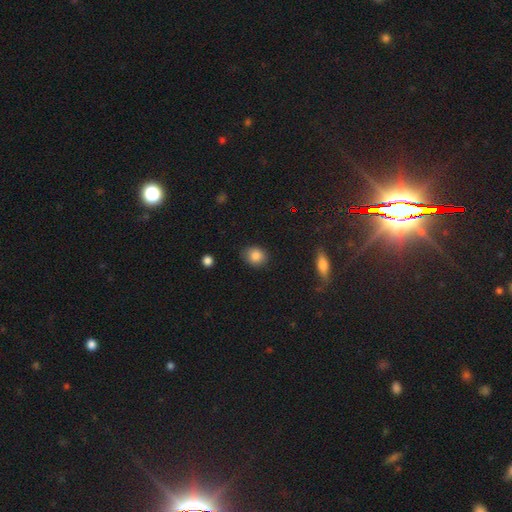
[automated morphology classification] smooth 85%, star or artifact 9%, featured or disk 6%. Down the decision tree: how rounded — round (57%); merging — none (80%).